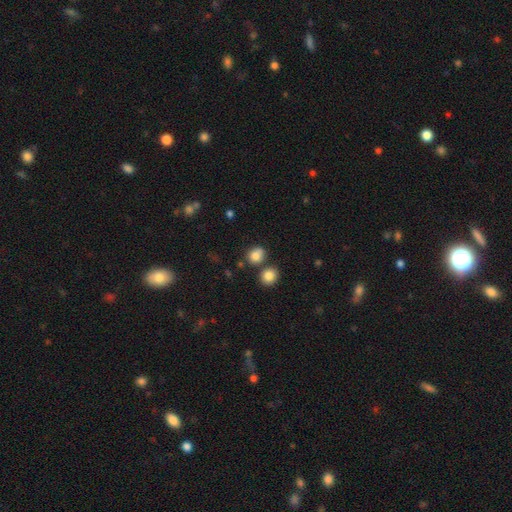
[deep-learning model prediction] This appears to be a smooth galaxy with no disk features (83%) that is round (71%). Merging: none (66%).